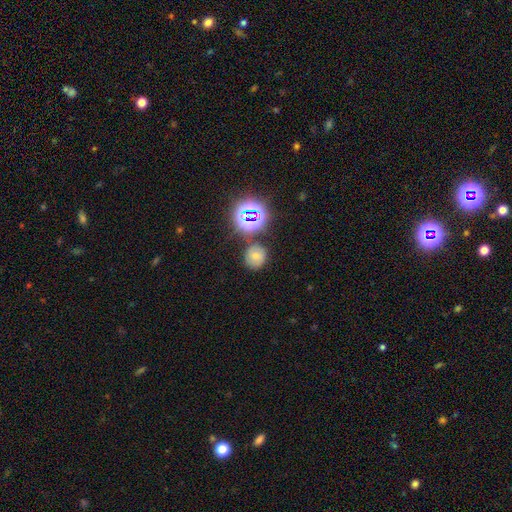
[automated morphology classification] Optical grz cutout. It shows a smooth galaxy with no disk features (58%) that is round (84%). Merging: none (76%).